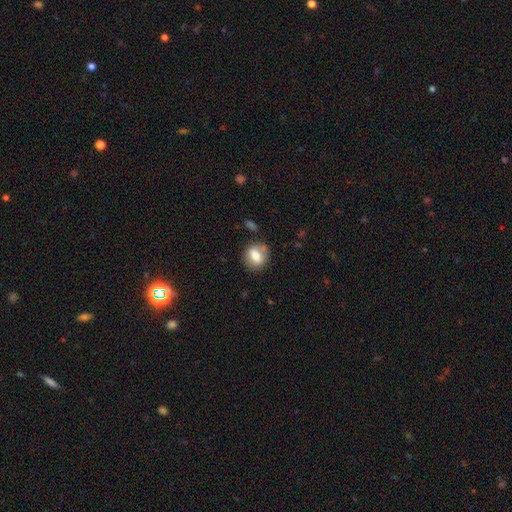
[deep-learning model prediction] smooth 66%, featured or disk 27%, star or artifact 8%. Down the decision tree: how rounded — round (52%); merging — none (72%).